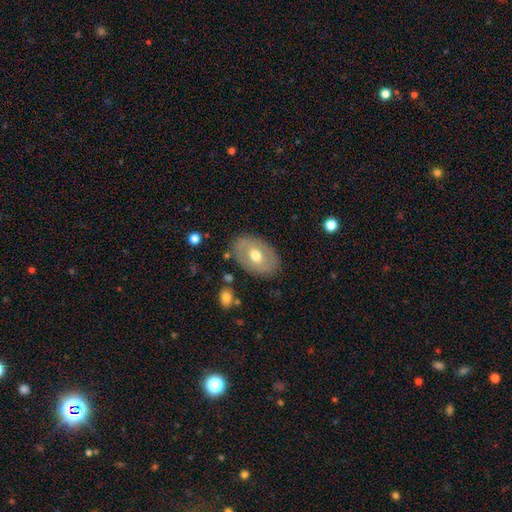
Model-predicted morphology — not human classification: Smooth or featured? Predicted: smooth (p=0.51). How rounded? Predicted: in between (p=0.81). Merging? Predicted: none (p=0.82).